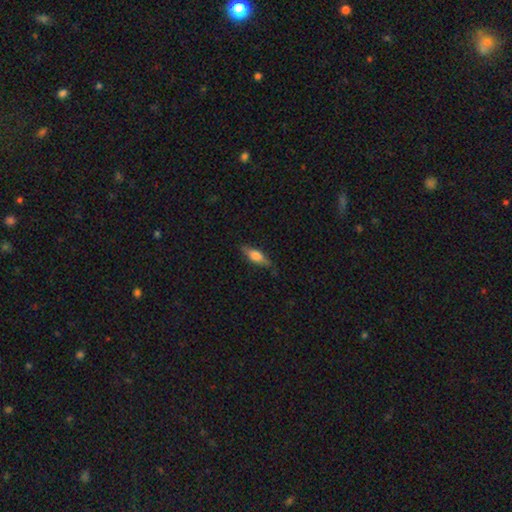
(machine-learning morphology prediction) Smooth or featured?
  - smooth: 55% *
  - featured or disk: 38%
  - star or artifact: 7%
How rounded?
  - in between: 56% *
  - cigar-shaped: 41%
  - round: 4%
Merging?
  - none: 81% *
  - minor disturbance: 15%
  - major disturbance: 3%
  - merger: 1%